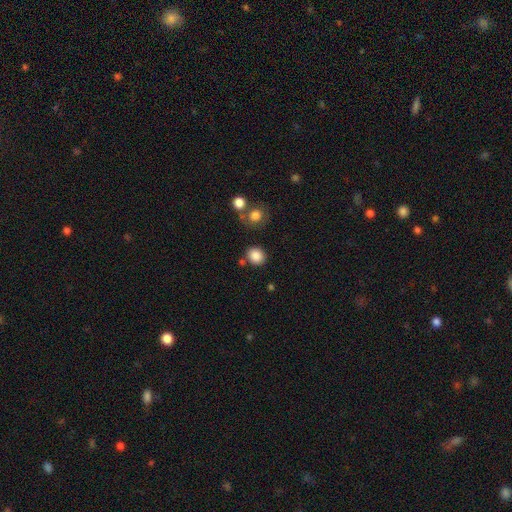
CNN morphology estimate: Smooth or featured: smooth — 86% (star or artifact — 10%)
How rounded: round — 76% (in between — 23%)
Merging: none — 78% (minor disturbance — 11%)